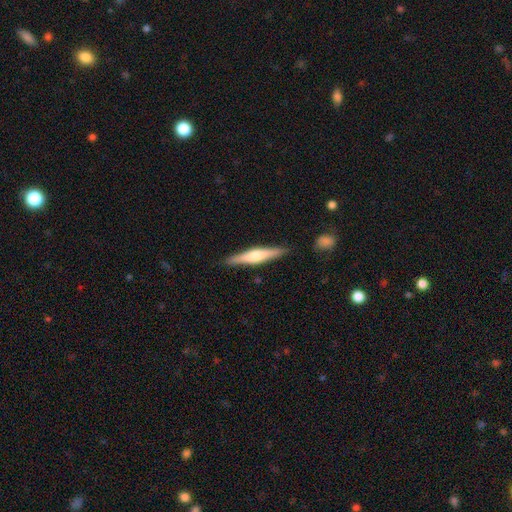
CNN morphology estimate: Smooth or featured?
  - featured or disk: 59% *
  - smooth: 36%
  - star or artifact: 5%
Edge-on disk?
  - yes: 97% *
  - no: 3%
Edge-on bulge?
  - rounded: 85% *
  - boxy: 9%
  - none: 6%
Merging?
  - none: 89% *
  - minor disturbance: 8%
  - major disturbance: 2%
  - merger: 2%